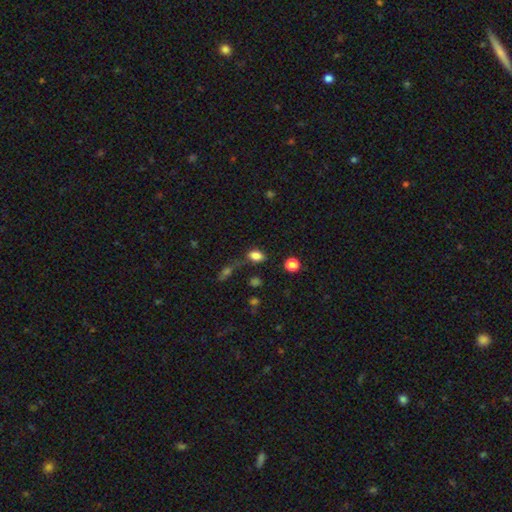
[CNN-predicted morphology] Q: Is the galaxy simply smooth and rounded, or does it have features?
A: smooth — 83%.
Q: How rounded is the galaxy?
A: in between — 82%.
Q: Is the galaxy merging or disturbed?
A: none — 69%.